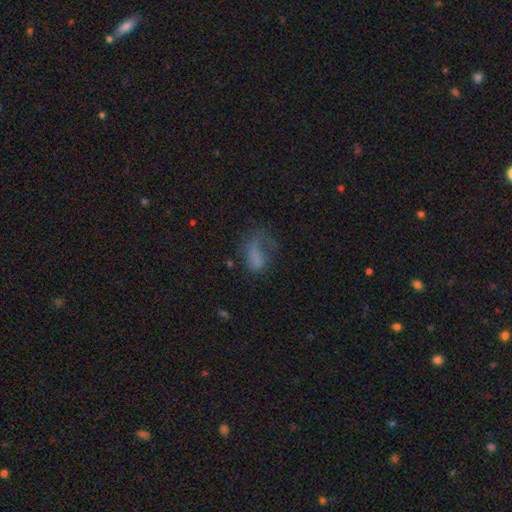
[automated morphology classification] Overall: smooth (55%; featured or disk 30%). How rounded: in between (83%). Merging: major disturbance (48%; none 29%).